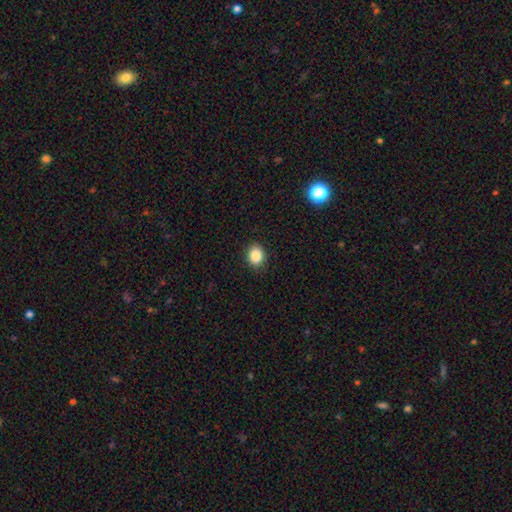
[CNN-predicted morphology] Smooth or featured: smooth — 87% (star or artifact — 9%)
How rounded: round — 53% (in between — 46%)
Merging: none — 89% (minor disturbance — 7%)